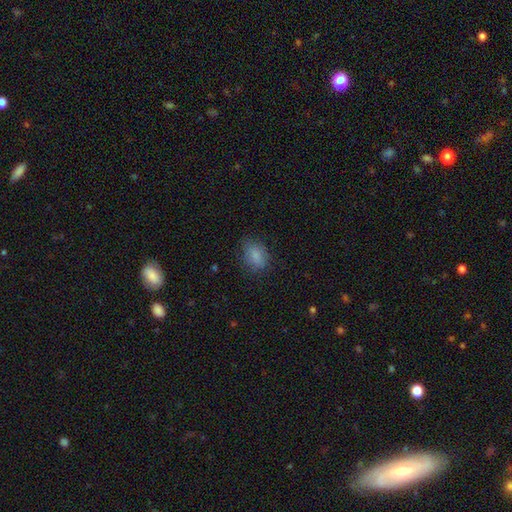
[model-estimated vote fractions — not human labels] Smooth or featured? smooth (84%)
How rounded? in between (80%)
Merging? none (75%)